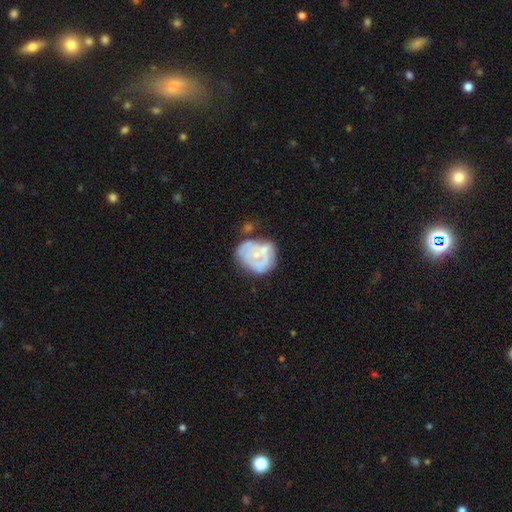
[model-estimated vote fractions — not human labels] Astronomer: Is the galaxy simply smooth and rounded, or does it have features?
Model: featured or disk — 59%.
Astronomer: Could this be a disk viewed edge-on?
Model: no — 98%.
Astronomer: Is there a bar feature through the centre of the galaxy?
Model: no — 79%.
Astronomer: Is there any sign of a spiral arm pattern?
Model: no — 58% (runner-up: yes, 42%).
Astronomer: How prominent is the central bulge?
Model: small — 59%.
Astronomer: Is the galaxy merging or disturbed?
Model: none — 37% (runner-up: minor disturbance, 27%).